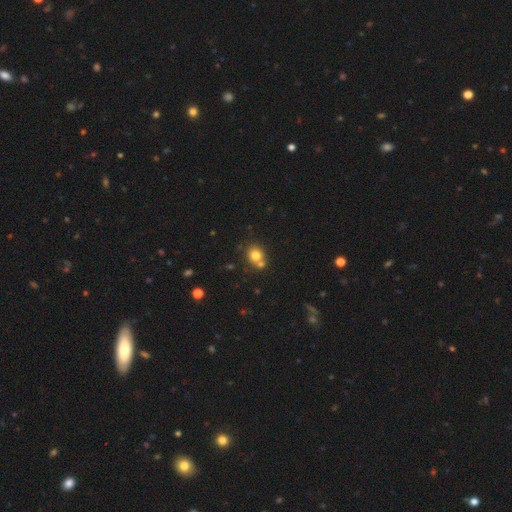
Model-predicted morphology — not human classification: Overall: smooth (78%). How rounded: round (75%). Merging: none (56%; merger 31%).